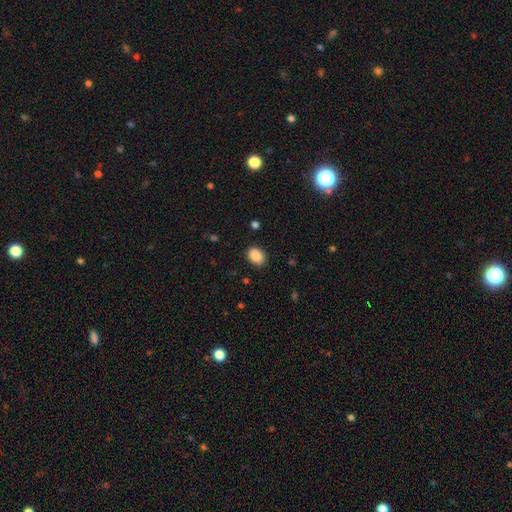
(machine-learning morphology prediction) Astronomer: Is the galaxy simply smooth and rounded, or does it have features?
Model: smooth — 89%.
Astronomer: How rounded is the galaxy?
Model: in between — 72%.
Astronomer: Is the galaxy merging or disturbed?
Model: none — 88%.